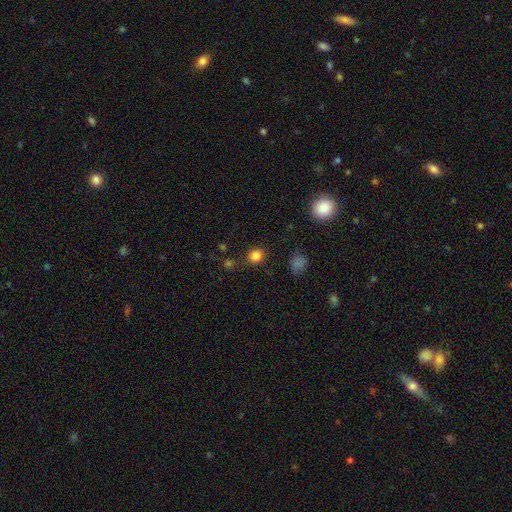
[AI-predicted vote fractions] Smooth or featured: smooth — 82% (star or artifact — 14%)
How rounded: round — 82% (in between — 17%)
Merging: none — 82% (minor disturbance — 10%)